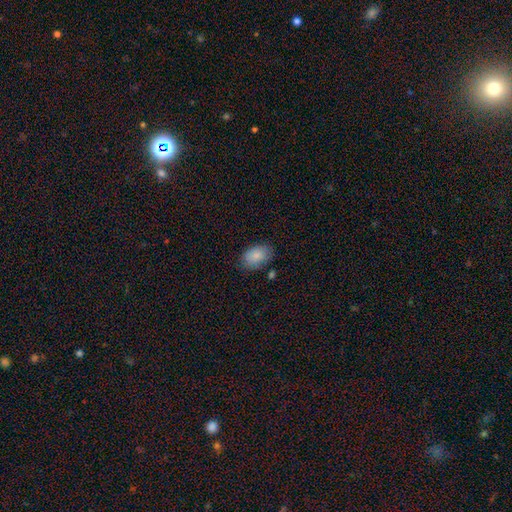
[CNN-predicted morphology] Smooth or featured? Predicted: smooth (p=0.85). How rounded? Predicted: in between (p=0.88). Merging? Predicted: none (p=0.76).